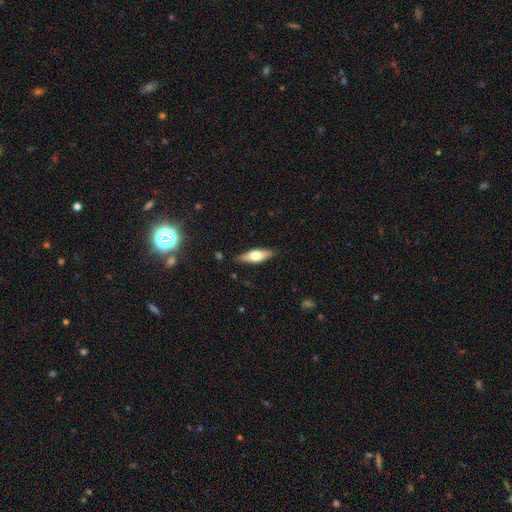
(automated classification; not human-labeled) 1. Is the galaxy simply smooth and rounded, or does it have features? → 49% smooth, 44% featured or disk, 6% star or artifact.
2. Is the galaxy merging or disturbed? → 86% none, 10% minor disturbance, 2% major disturbance, 1% merger.